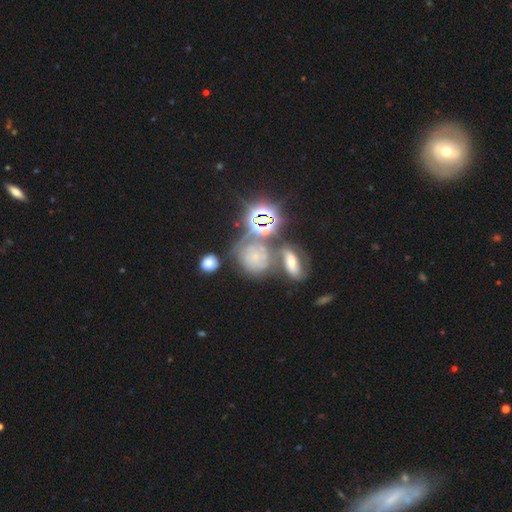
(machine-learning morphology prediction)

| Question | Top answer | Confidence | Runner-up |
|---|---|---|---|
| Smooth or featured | star or artifact | 40% | smooth (33%) |